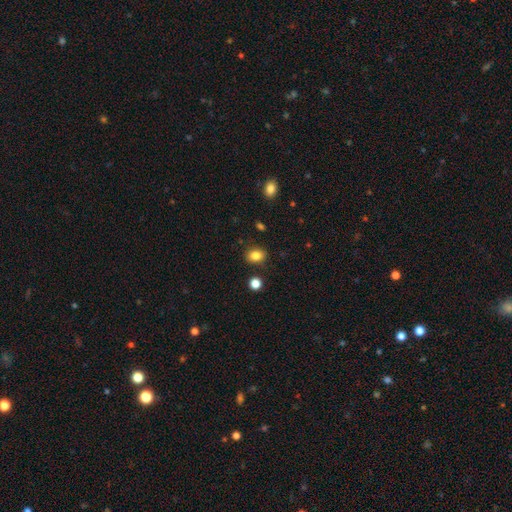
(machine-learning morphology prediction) Q: Smooth or featured?
A: smooth (84%); runner-up: star or artifact (11%)
Q: How rounded?
A: in between (64%); runner-up: round (35%)
Q: Merging?
A: none (84%); runner-up: minor disturbance (10%)